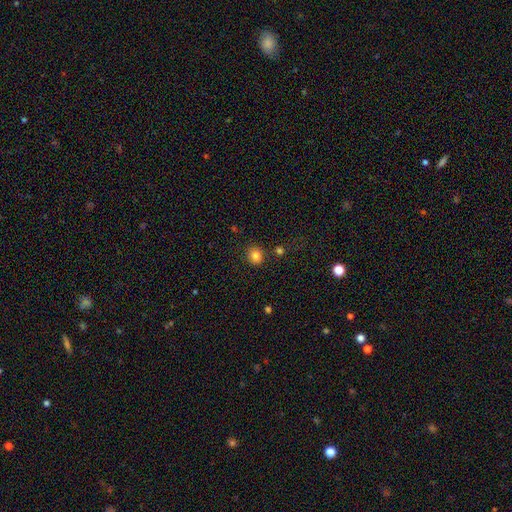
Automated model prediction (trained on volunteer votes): smooth 83%, star or artifact 12%, featured or disk 6%. Down the decision tree: how rounded — round (86%); merging — none (85%).